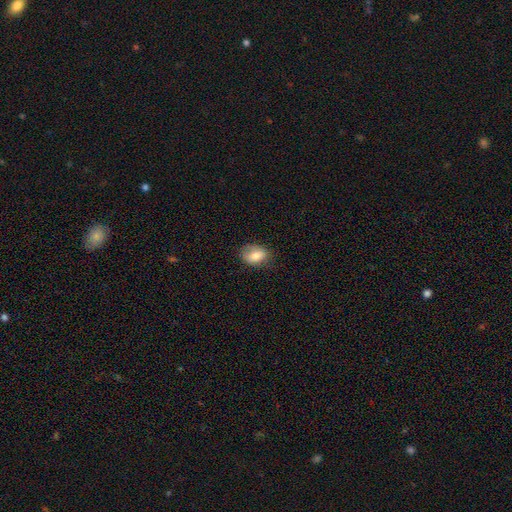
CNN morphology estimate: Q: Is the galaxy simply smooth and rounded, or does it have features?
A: smooth — 78%.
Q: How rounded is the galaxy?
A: in between — 83%.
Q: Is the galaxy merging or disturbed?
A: none — 71%.